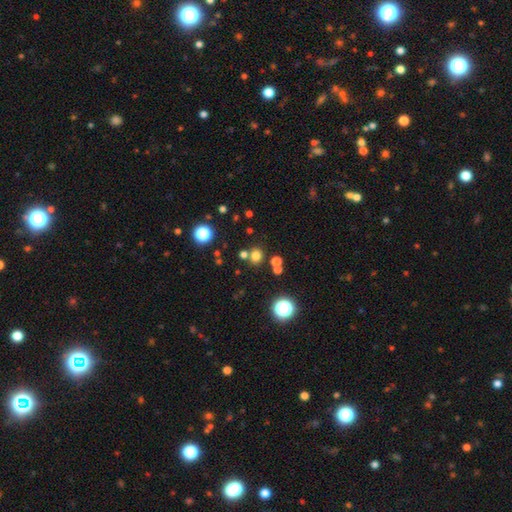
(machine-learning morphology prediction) Q: Smooth or featured?
A: smooth (72%); runner-up: star or artifact (22%)
Q: How rounded?
A: round (86%); runner-up: in between (13%)
Q: Merging?
A: none (74%); runner-up: merger (15%)